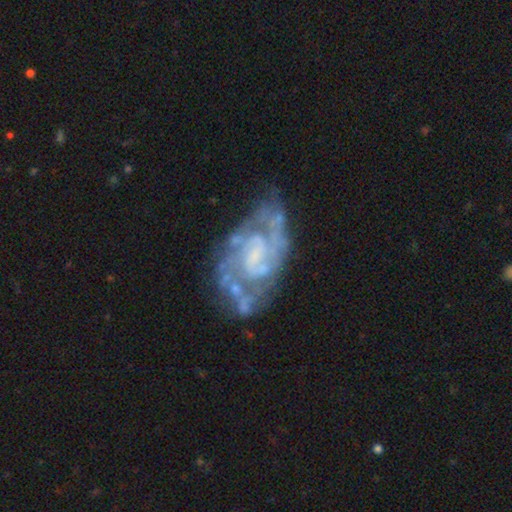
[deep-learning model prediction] This appears to be a featured or disk galaxy (85%) with no bar (45%), 2 (44%) tight (44%) spiral arms (86%) and no central bulge (40%). Merging: none (59%).